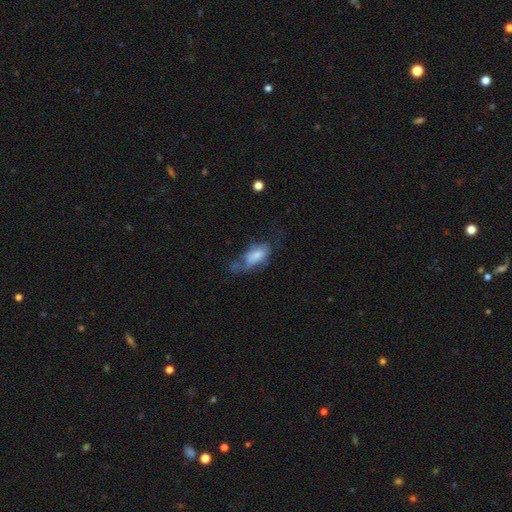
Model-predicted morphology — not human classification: smooth-or-featured: smooth: 66% | featured or disk: 26% | star or artifact: 8%
  how-rounded: in between: 87% | cigar-shaped: 10% | round: 3%
  merging: major disturbance: 32% | minor disturbance: 30% | none: 30% | merger: 8%